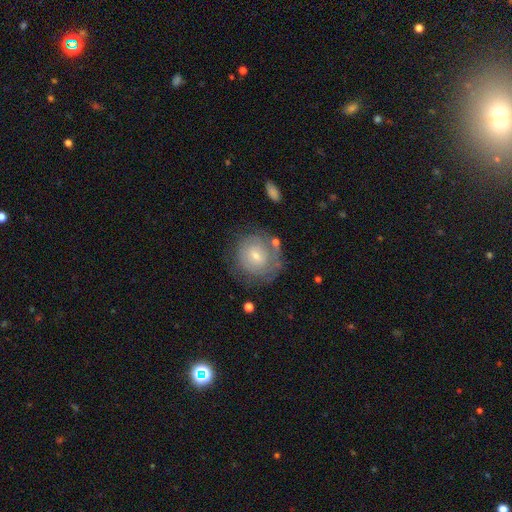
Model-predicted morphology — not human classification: smooth-or-featured: featured or disk: 53% | smooth: 40% | star or artifact: 7%
  disk-edge-on: no: 97% | yes: 3%
    bar: no: 52% | weak: 41% | strong: 7%
    has-spiral-arms: yes: 69% | no: 31%
    bulge-size: small: 63% | moderate: 32% | large: 2% | none: 2% | dominant: 1%
  merging: none: 67% | minor disturbance: 19% | major disturbance: 10% | merger: 4%